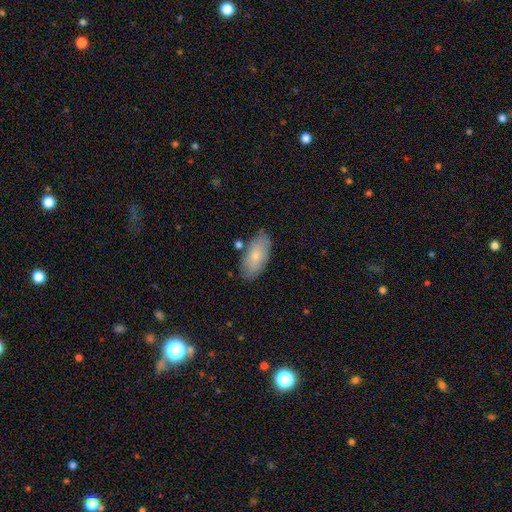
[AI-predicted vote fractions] A smooth galaxy with no disk features (73%) that is in between round and cigar-shaped (92%). Merging: none (79%).